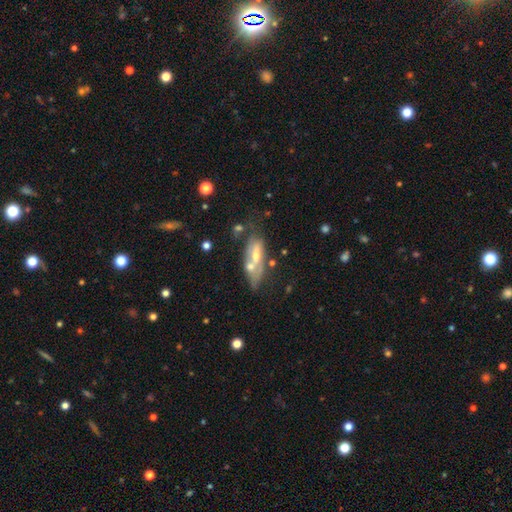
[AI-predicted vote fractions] This appears to be a featured or disk galaxy (53%). Merging: none (38%).